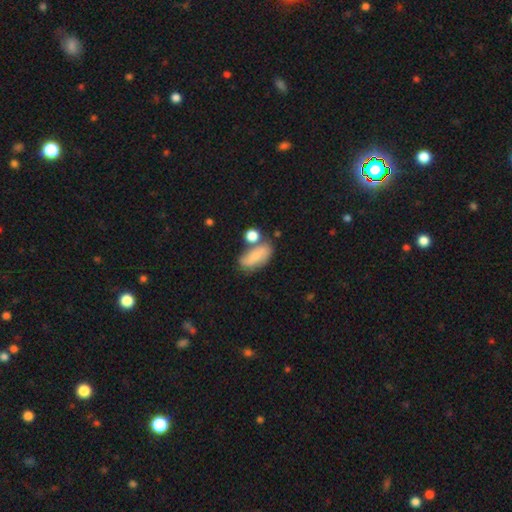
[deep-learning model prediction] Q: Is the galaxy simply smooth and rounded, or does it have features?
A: smooth — 59%.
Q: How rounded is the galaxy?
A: in between — 83%.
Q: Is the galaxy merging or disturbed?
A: none — 52%.